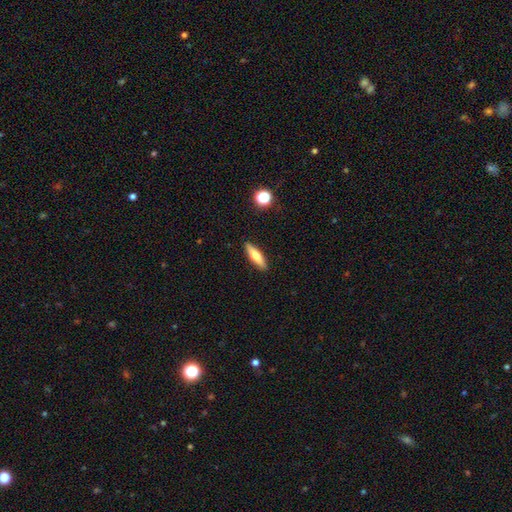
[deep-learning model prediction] smooth 67%, featured or disk 26%, star or artifact 7%. Down the decision tree: how rounded — cigar-shaped (68%); merging — none (89%).